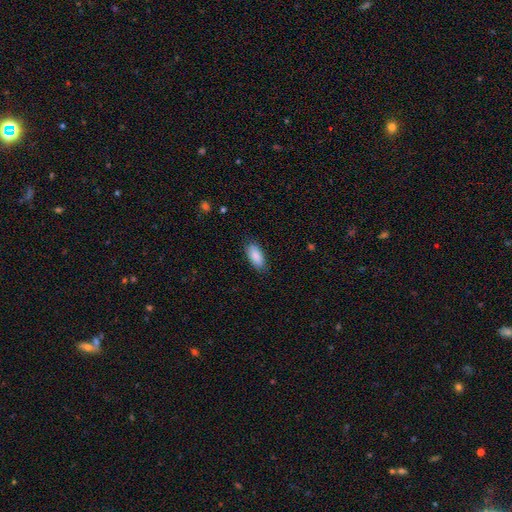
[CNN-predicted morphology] Smooth or featured: smooth — 89% (star or artifact — 6%)
How rounded: in between — 89% (cigar-shaped — 9%)
Merging: none — 84% (minor disturbance — 13%)